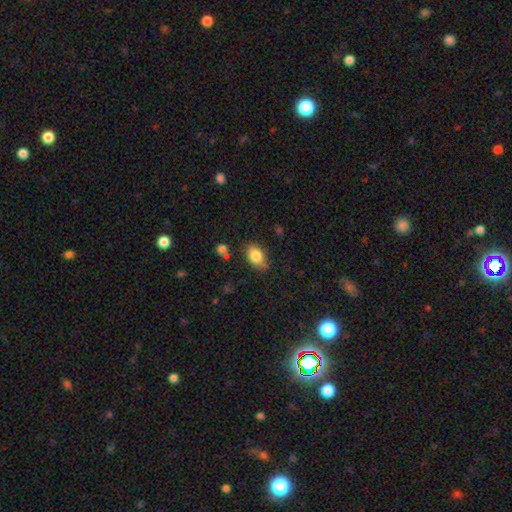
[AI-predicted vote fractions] Smooth or featured: smooth — 83% (featured or disk — 10%)
How rounded: in between — 88% (round — 10%)
Merging: none — 75% (minor disturbance — 18%)